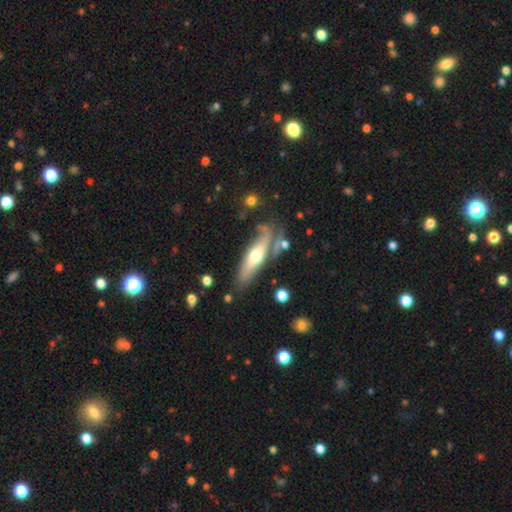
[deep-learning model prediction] A featured or disk galaxy (50%). Merging: none (64%).